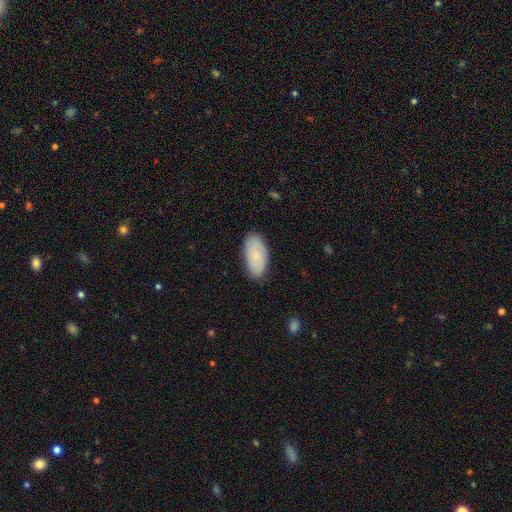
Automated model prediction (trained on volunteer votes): Smooth or featured?
  - smooth: 76% *
  - featured or disk: 17%
  - star or artifact: 6%
How rounded?
  - in between: 94% *
  - cigar-shaped: 4%
  - round: 2%
Merging?
  - none: 83% *
  - minor disturbance: 14%
  - major disturbance: 2%
  - merger: 1%